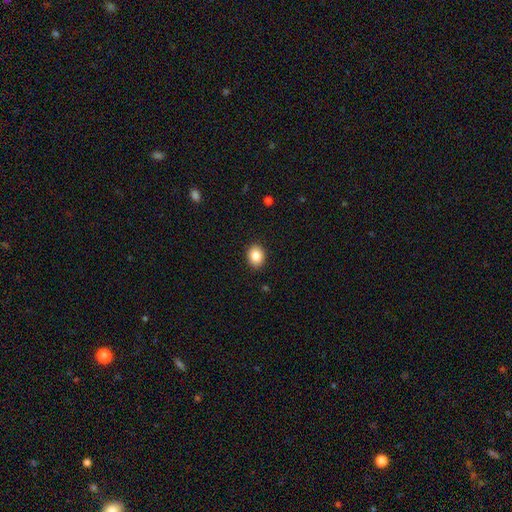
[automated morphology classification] Smooth or featured? Predicted: smooth (p=0.86). How rounded? Predicted: in between (p=0.53). Merging? Predicted: none (p=0.90).